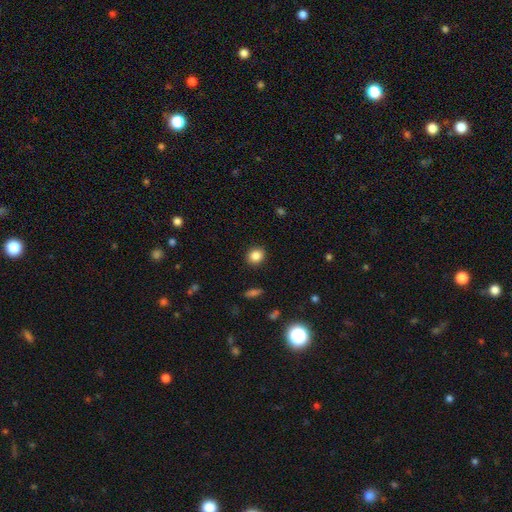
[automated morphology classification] Smooth or featured?
  - smooth: 85% *
  - star or artifact: 10%
  - featured or disk: 5%
How rounded?
  - round: 76% *
  - in between: 23%
  - cigar-shaped: 1%
Merging?
  - none: 91% *
  - minor disturbance: 6%
  - major disturbance: 2%
  - merger: 1%